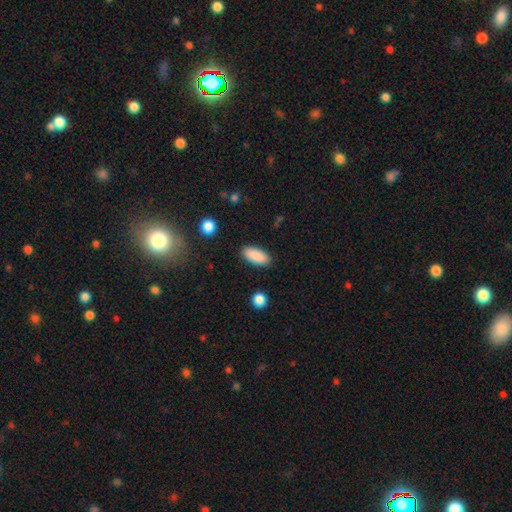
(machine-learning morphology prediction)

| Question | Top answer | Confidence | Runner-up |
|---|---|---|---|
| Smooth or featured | smooth | 90% | star or artifact (6%) |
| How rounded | in between | 86% | cigar-shaped (12%) |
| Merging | none | 89% | minor disturbance (8%) |